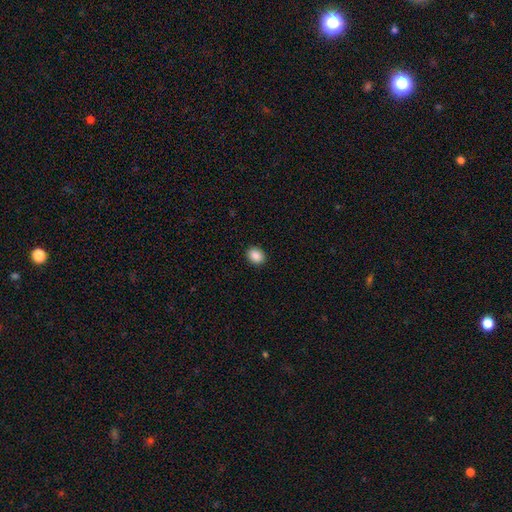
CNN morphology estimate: The model was most divided on "how rounded": in between: 53%, round: 46%, cigar-shaped: 1%. More confident: merging — none (91%); smooth or featured — smooth (89%).